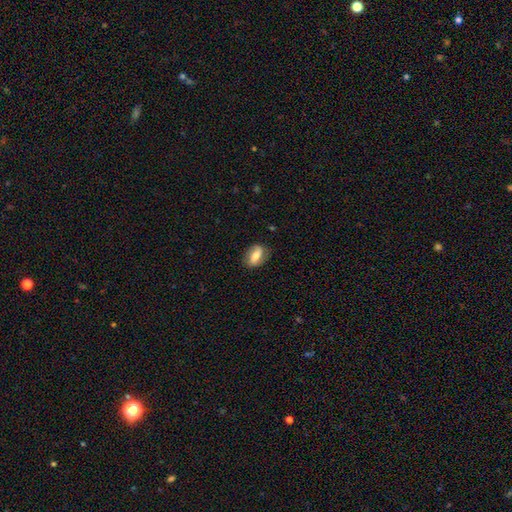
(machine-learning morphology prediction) Smooth or featured: smooth — 53% (featured or disk — 40%)
How rounded: in between — 81% (round — 11%)
Merging: none — 79% (minor disturbance — 16%)